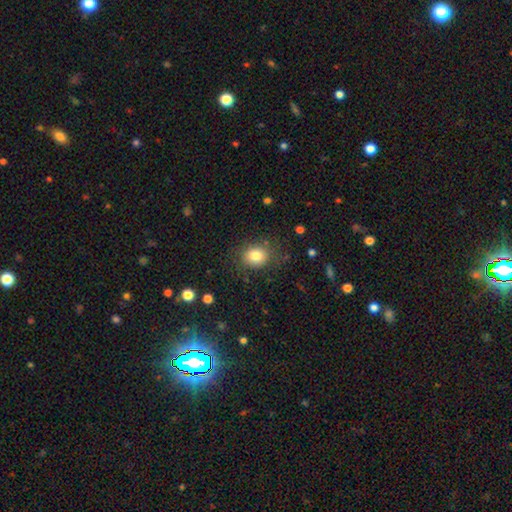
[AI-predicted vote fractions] smooth 82%, star or artifact 11%, featured or disk 8%. Down the decision tree: how rounded — round (61%); merging — none (80%).